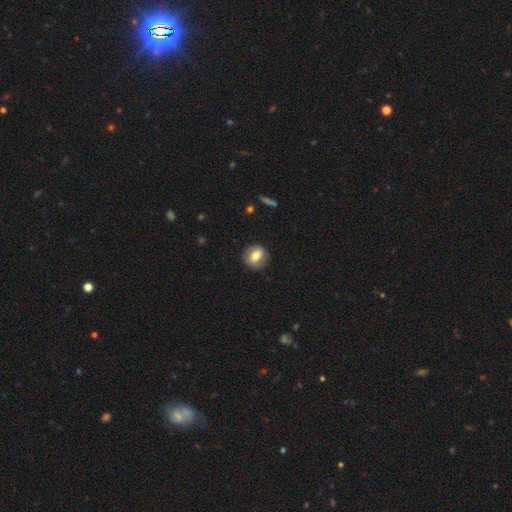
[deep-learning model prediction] Smooth or featured? smooth (66%)
How rounded? round (72%)
Merging? none (86%)